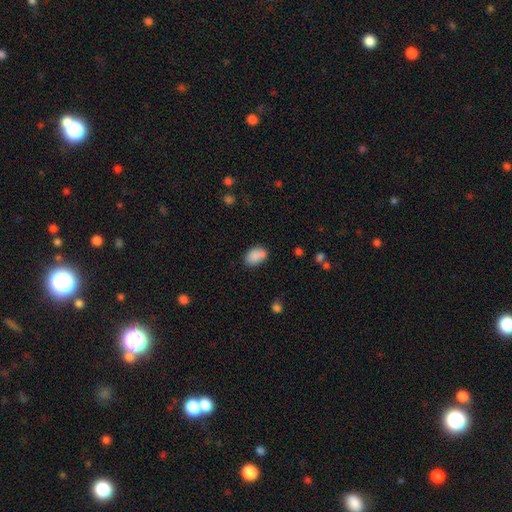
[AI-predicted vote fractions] Smooth or featured?
  - smooth: 84% *
  - star or artifact: 8%
  - featured or disk: 7%
How rounded?
  - in between: 81% *
  - round: 17%
  - cigar-shaped: 1%
Merging?
  - none: 60% *
  - minor disturbance: 18%
  - merger: 17%
  - major disturbance: 5%